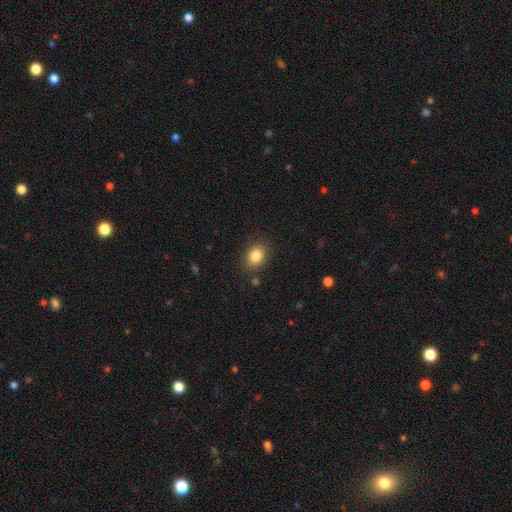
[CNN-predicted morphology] A smooth galaxy with no disk features (84%) that is in between round and cigar-shaped (66%).

Vote fractions:
- Smooth or featured? smooth: 84% / star or artifact: 9% / featured or disk: 7%
- How rounded? in between: 66% / round: 33% / cigar-shaped: 1%
- Merging? none: 83% / minor disturbance: 11% / major disturbance: 3% / merger: 2%